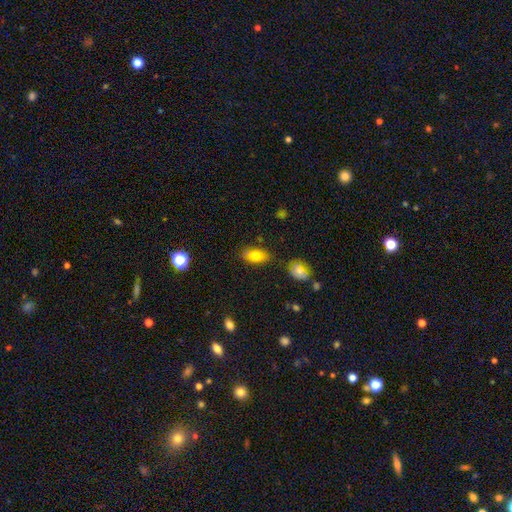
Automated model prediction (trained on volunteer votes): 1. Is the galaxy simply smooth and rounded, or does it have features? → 68% smooth, 16% featured or disk, 15% star or artifact.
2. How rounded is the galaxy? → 87% in between, 9% round, 4% cigar-shaped.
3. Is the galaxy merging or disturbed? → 68% none, 17% minor disturbance, 10% merger, 5% major disturbance.